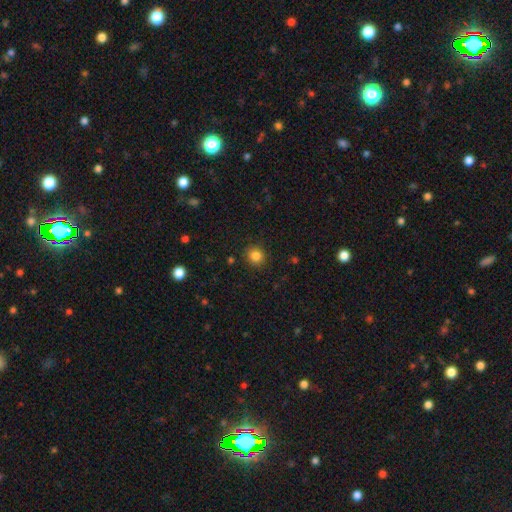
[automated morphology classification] The model was most divided on "smooth or featured": smooth: 84%, star or artifact: 12%, featured or disk: 4%. More confident: how rounded — round (89%); merging — none (89%).